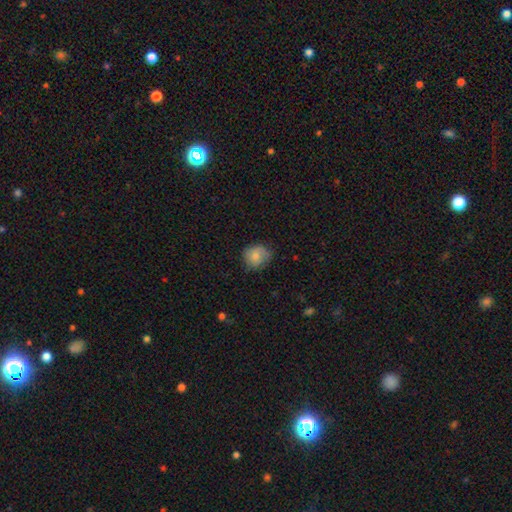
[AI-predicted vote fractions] Overall: smooth (77%). How rounded: round (78%). Merging: none (67%).